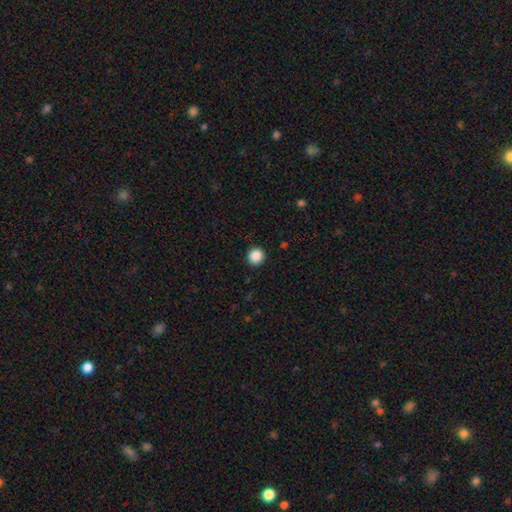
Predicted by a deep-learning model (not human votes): A smooth galaxy with no disk features (88%) that is round (94%). Merging: none (92%).